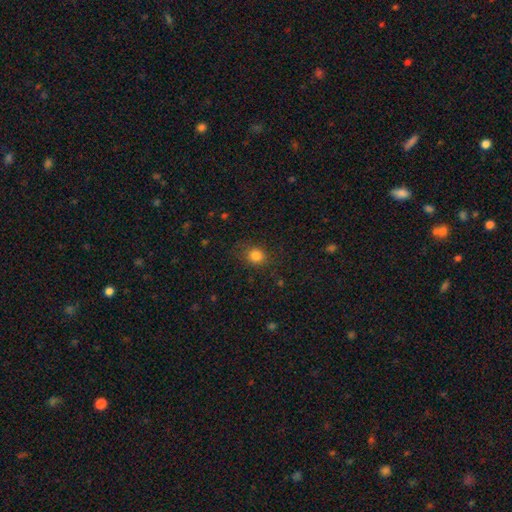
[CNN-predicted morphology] type=smooth (83%); roundness=round (74%); merging=none (80%).